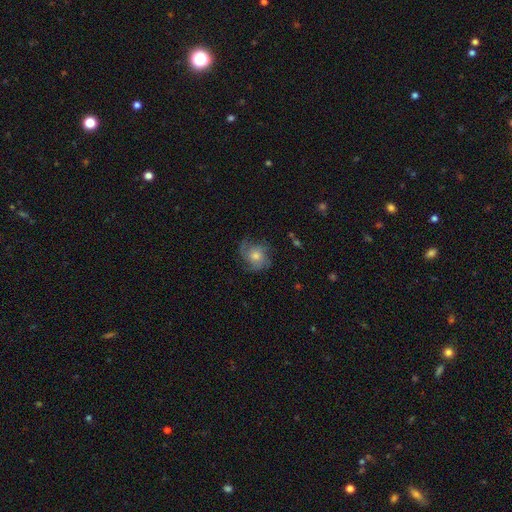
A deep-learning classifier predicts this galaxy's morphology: Smooth or featured? Predicted: featured or disk (p=0.54). Edge-on disk? Predicted: no (p=0.96). Bar? Predicted: no (p=0.83). Spiral arms? Predicted: yes (p=0.85). Bulge size? Predicted: moderate (p=0.64). Merging? Predicted: none (p=0.69).